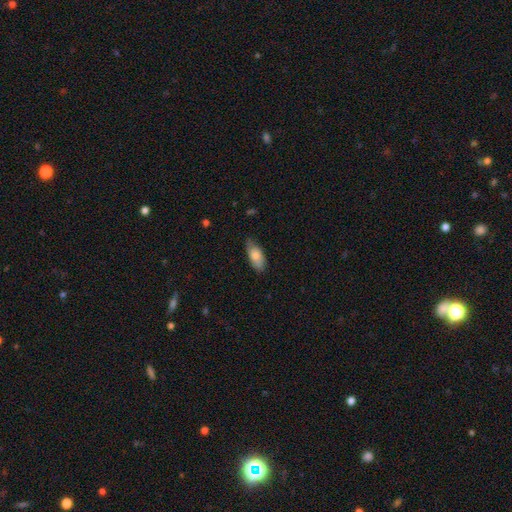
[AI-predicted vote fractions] Overall: smooth (78%). How rounded: in between (87%). Merging: none (70%).